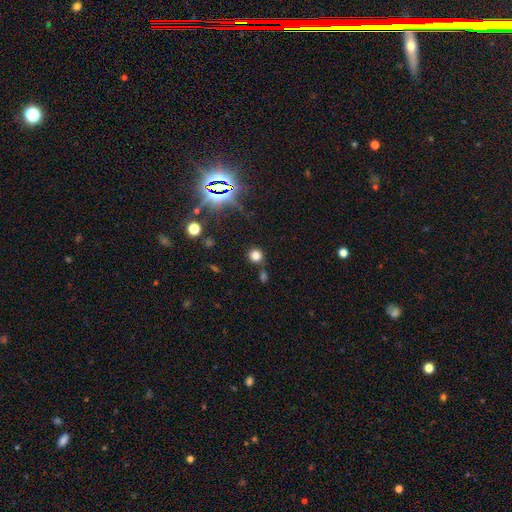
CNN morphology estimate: smooth 72%, star or artifact 23%, featured or disk 6%. Down the decision tree: how rounded — round (91%); merging — none (76%).